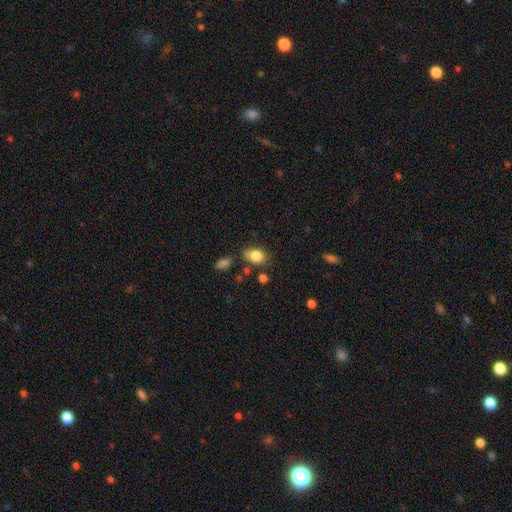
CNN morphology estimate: A smooth galaxy with no disk features (83%) that is in between round and cigar-shaped (76%). Merging: none (67%).